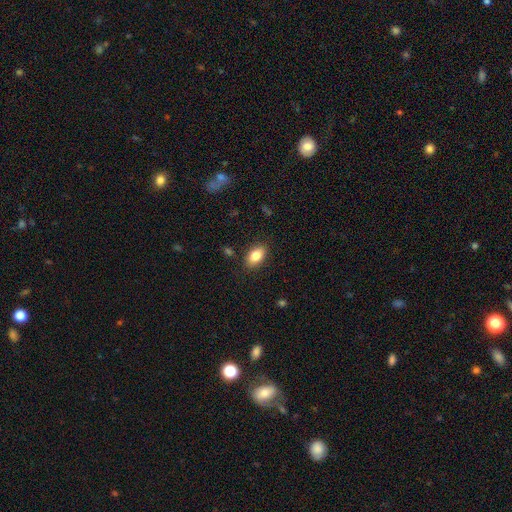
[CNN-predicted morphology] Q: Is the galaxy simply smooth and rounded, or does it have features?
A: smooth — 83%.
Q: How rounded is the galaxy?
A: in between — 90%.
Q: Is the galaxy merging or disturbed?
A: none — 86%.